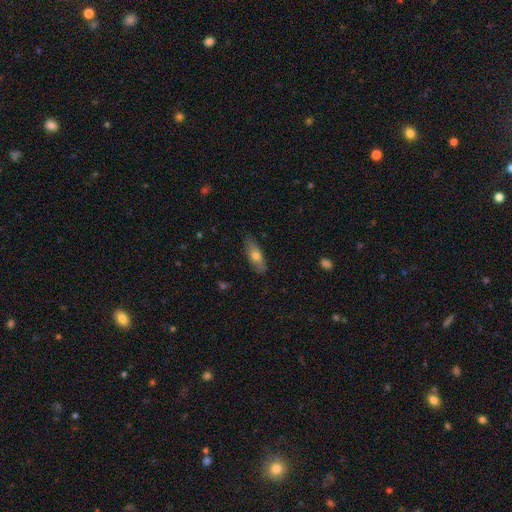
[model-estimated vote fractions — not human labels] This appears to be a smooth galaxy with no disk features (67%) that is in between round and cigar-shaped (65%). Merging: none (82%).